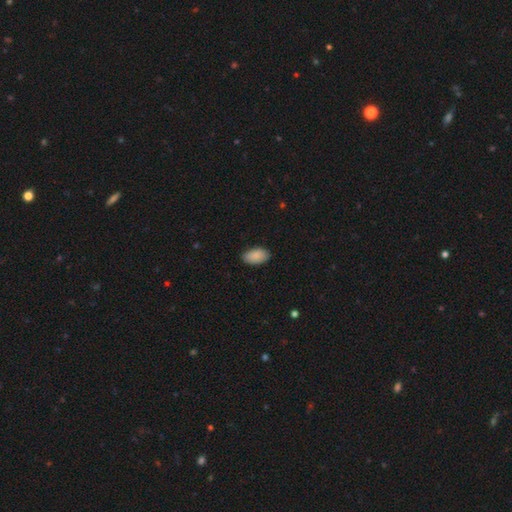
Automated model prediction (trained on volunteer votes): This appears to be a smooth galaxy with no disk features (90%) that is in between round and cigar-shaped (95%). Merging: none (86%).